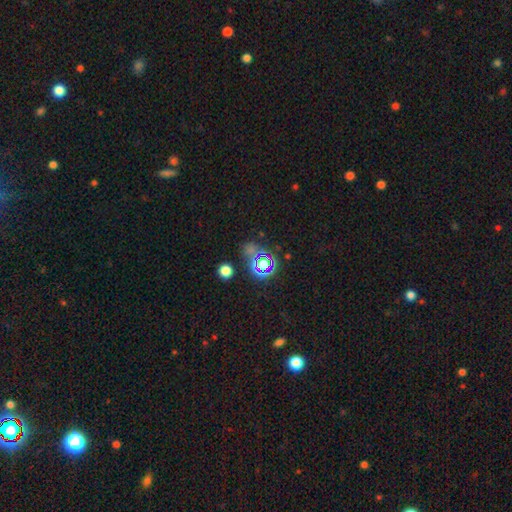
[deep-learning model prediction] Morphology: type=star or artifact (60%).